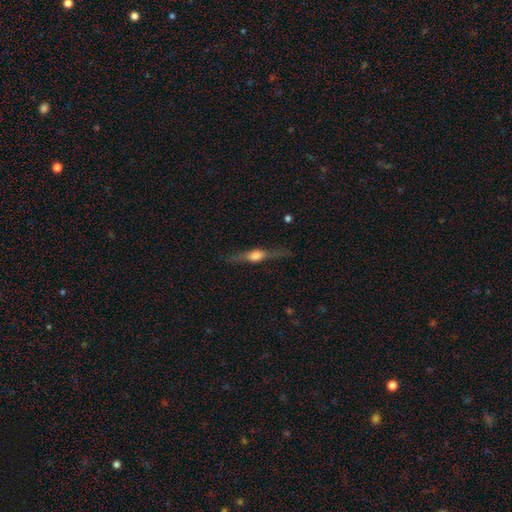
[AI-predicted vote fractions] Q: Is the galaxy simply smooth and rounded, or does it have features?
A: featured or disk — 65%.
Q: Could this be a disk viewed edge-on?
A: yes — 95%.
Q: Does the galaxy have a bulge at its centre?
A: rounded — 85%.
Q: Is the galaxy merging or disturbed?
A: none — 81%.